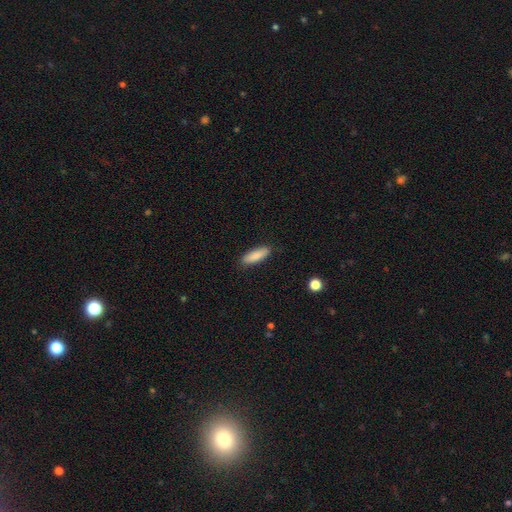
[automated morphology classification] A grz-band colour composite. It shows a smooth galaxy with no disk features (87%) that is in between round and cigar-shaped (49%, tied with cigar-shaped). Merging: none (87%).